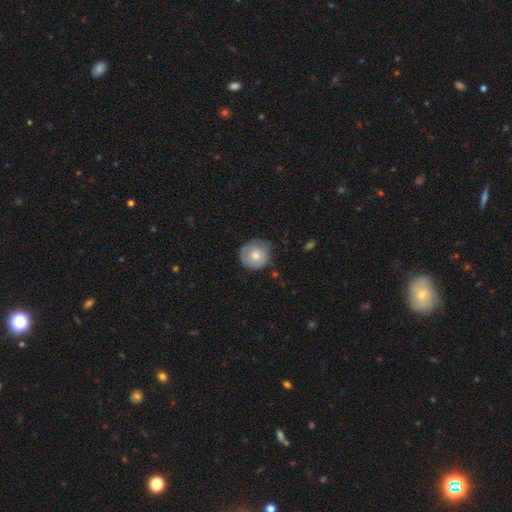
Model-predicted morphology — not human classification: Overall: smooth (74%). How rounded: round (90%). Merging: none (69%).